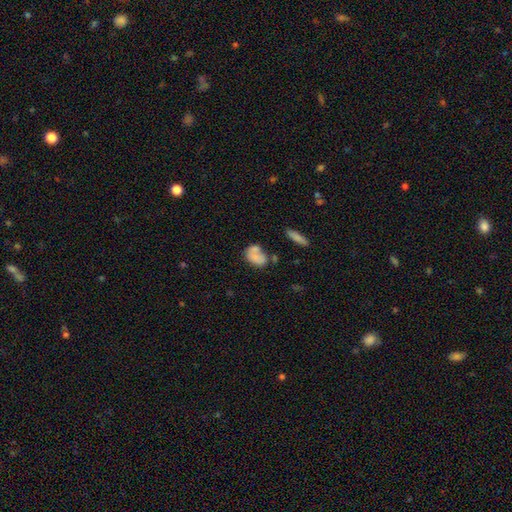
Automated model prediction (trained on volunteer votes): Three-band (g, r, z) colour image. It shows a smooth galaxy with no disk features (73%) that is in between round and cigar-shaped (77%). Merging: none (40%).